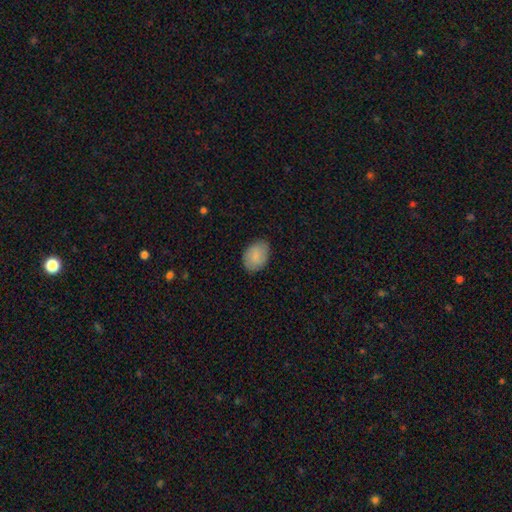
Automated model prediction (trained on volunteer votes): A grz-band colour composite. It shows a smooth galaxy with no disk features (87%) that is in between round and cigar-shaped (78%). Merging: none (83%).